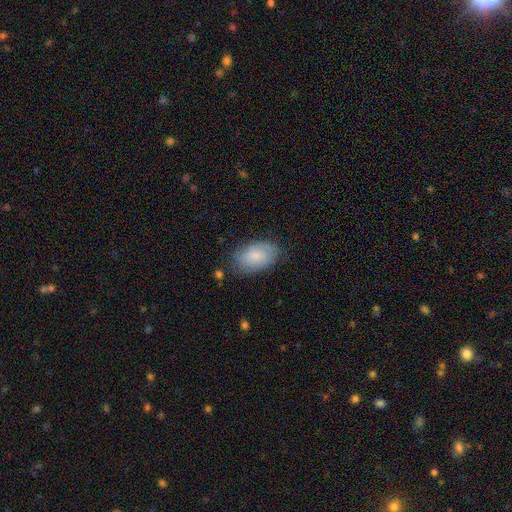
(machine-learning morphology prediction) A smooth galaxy with no disk features (76%) that is in between round and cigar-shaped (92%). Merging: none (77%).